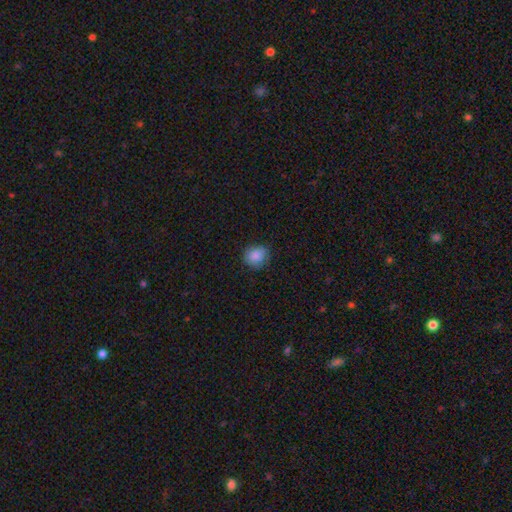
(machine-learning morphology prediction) The model was most divided on "how rounded": round: 77%, in between: 22%, cigar-shaped: 1%. More confident: smooth or featured — smooth (87%); merging — none (79%).